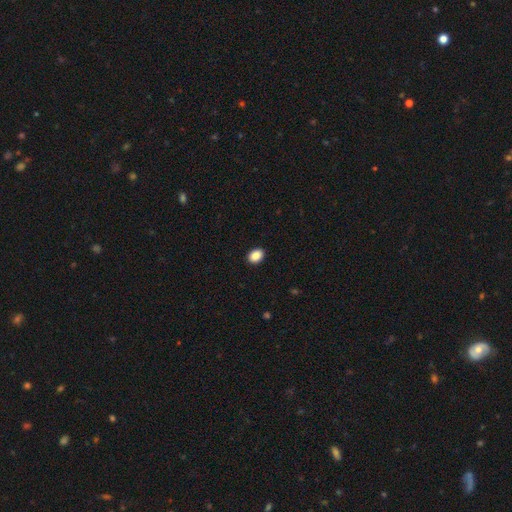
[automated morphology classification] Smooth or featured? Predicted: smooth (p=0.89). How rounded? Predicted: in between (p=0.71). Merging? Predicted: none (p=0.91).